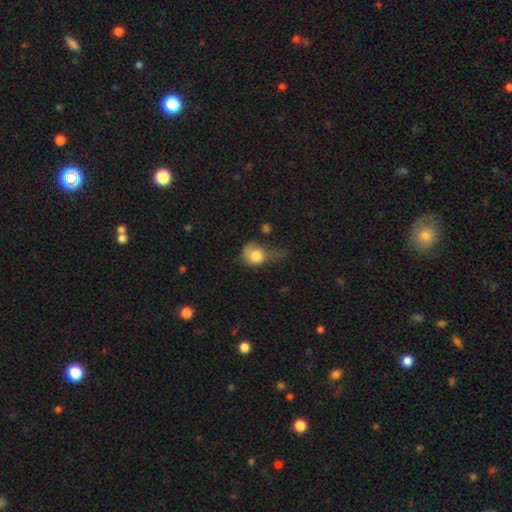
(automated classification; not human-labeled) smooth 76%, featured or disk 15%, star or artifact 9%. Down the decision tree: how rounded — round (61%); merging — major disturbance (44%).